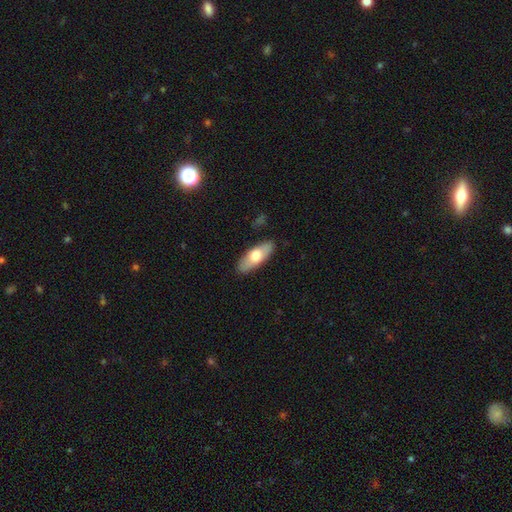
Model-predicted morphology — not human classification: This appears to be a smooth galaxy with no disk features (66%) that is in between round and cigar-shaped (74%). Merging: none (88%).